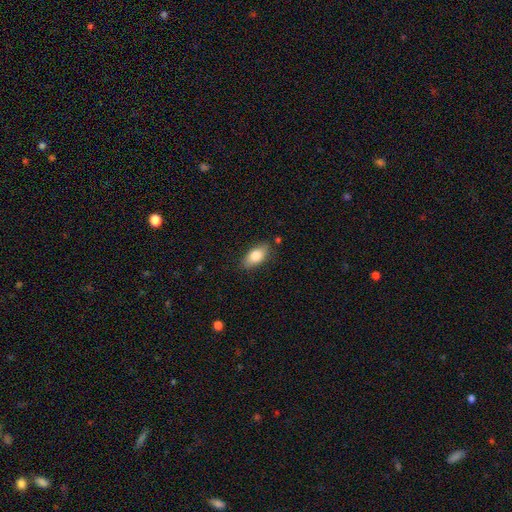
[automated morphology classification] This is likely a smooth galaxy (79%). How rounded: clearly in between (88%). Merging: clearly none (83%).